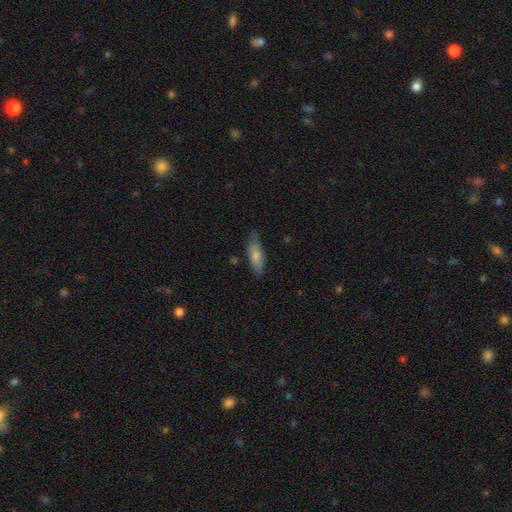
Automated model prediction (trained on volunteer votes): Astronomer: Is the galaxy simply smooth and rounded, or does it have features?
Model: smooth — 75%.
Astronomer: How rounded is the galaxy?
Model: in between — 51% (runner-up: cigar-shaped, 47%).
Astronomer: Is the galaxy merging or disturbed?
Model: none — 73%.